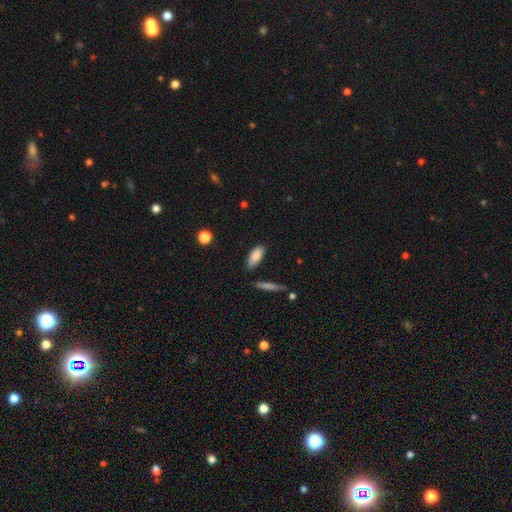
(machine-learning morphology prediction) Overall: smooth (84%). How rounded: in between (78%). Merging: none (74%).